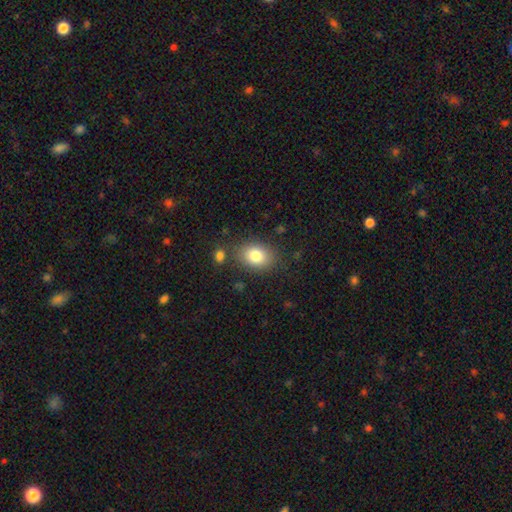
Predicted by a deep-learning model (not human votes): This is clearly a smooth galaxy (81%). How rounded: likely in between (71%). Merging: likely none (80%).